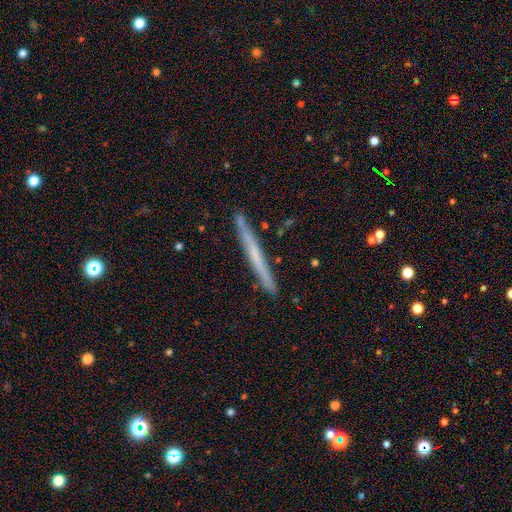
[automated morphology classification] smooth_or_featured: featured or disk (p=0.51) [alt: smooth p=0.42]
disk_edge_on: yes (p=0.97) [alt: no p=0.03]
merging: none (p=0.89) [alt: minor disturbance p=0.08]